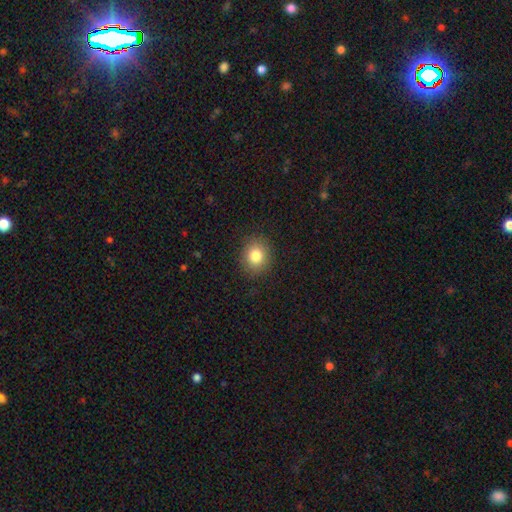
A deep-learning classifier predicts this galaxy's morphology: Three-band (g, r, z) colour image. It shows a smooth galaxy with no disk features (82%) that is round (73%). Merging: none (88%).